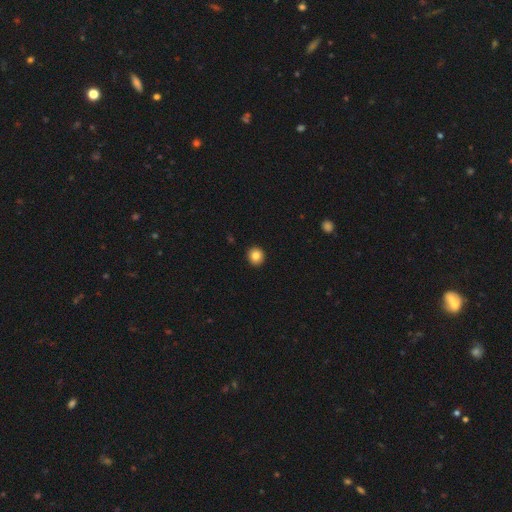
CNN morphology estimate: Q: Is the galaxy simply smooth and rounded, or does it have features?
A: smooth — 84%.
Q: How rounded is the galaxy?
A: round — 89%.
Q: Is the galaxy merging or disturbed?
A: none — 93%.